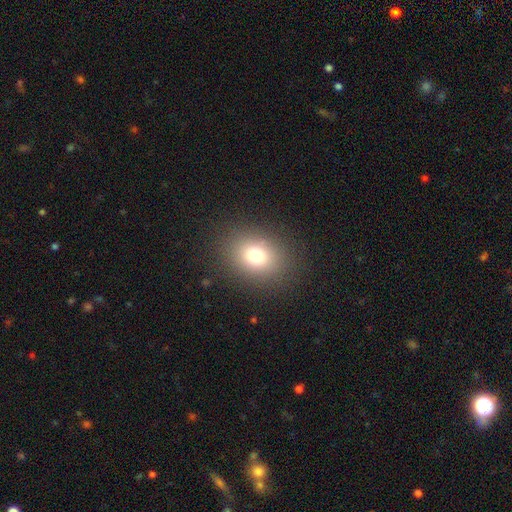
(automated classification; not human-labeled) Smooth or featured: smooth — 74% (star or artifact — 16%)
How rounded: round — 50% (in between — 49%)
Merging: none — 86% (minor disturbance — 8%)